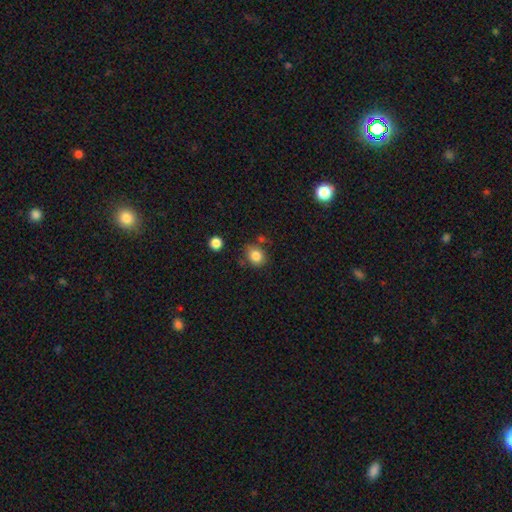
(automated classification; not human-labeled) A smooth galaxy with no disk features (83%) that is round (60%). Merging: none (69%).